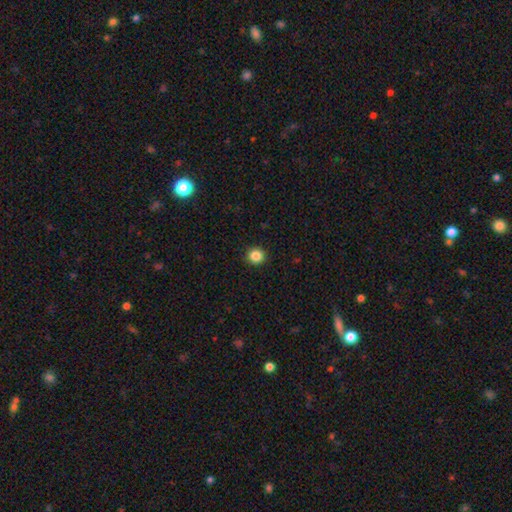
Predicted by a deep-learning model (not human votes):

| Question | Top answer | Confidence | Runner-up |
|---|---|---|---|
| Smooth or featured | smooth | 86% | star or artifact (11%) |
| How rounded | round | 89% | in between (10%) |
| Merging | none | 92% | minor disturbance (5%) |